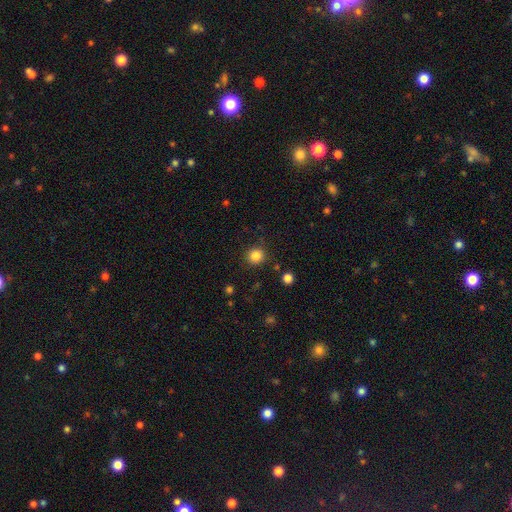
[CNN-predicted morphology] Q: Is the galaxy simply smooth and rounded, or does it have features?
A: smooth — 84%.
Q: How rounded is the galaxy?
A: round — 90%.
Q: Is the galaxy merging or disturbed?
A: none — 87%.